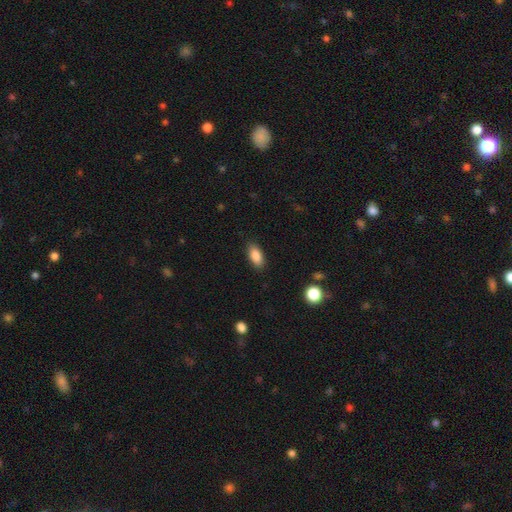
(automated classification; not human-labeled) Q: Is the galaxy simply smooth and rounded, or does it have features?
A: smooth — 87%.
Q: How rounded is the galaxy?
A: in between — 89%.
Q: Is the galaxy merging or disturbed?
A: none — 88%.